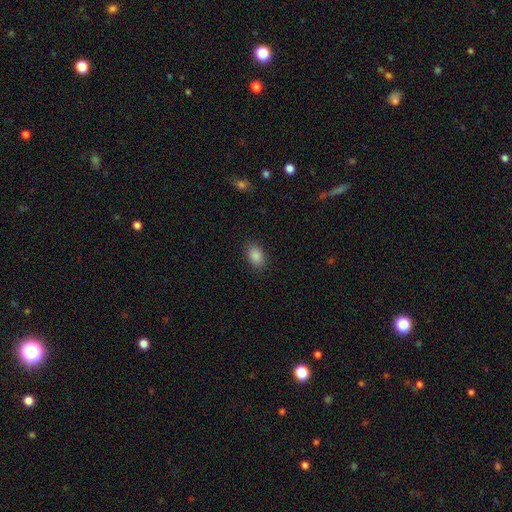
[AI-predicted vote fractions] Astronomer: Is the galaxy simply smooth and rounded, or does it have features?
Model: smooth — 88%.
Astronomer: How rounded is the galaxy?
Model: in between — 87%.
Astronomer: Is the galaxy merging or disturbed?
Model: none — 88%.